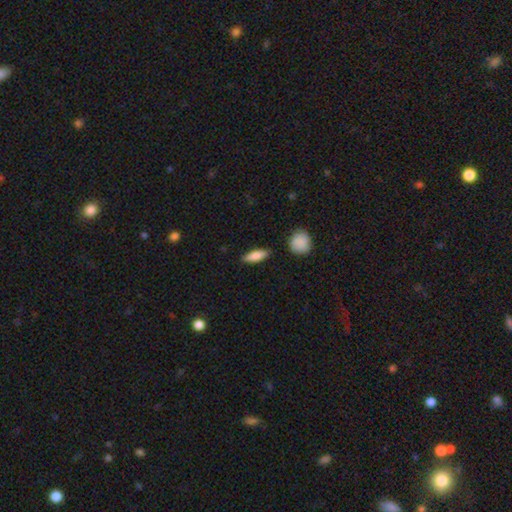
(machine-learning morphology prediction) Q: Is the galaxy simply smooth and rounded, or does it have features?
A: smooth — 80%.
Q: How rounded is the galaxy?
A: in between — 56%.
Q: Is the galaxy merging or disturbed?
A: none — 85%.